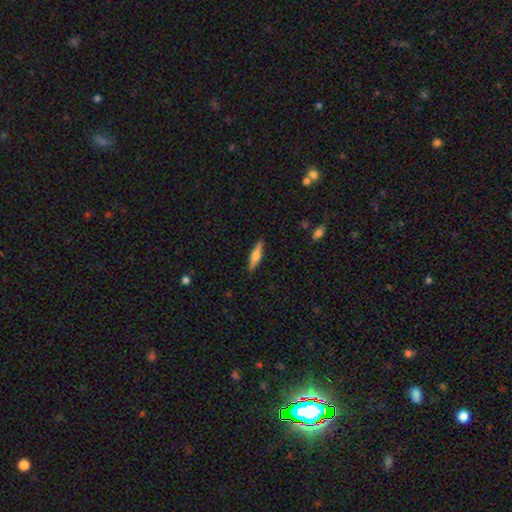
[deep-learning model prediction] smooth_or_featured: smooth (p=0.52) [alt: featured or disk p=0.42]
how_rounded: cigar-shaped (p=0.74) [alt: in between p=0.24]
merging: none (p=0.88) [alt: minor disturbance p=0.09]